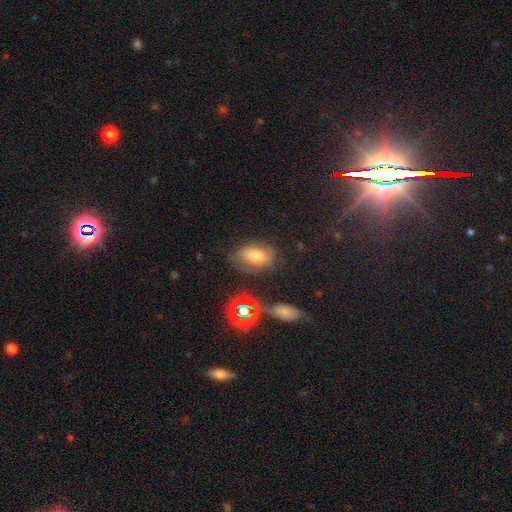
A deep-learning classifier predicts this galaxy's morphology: Smooth or featured? smooth (42%)
Merging? none (60%)